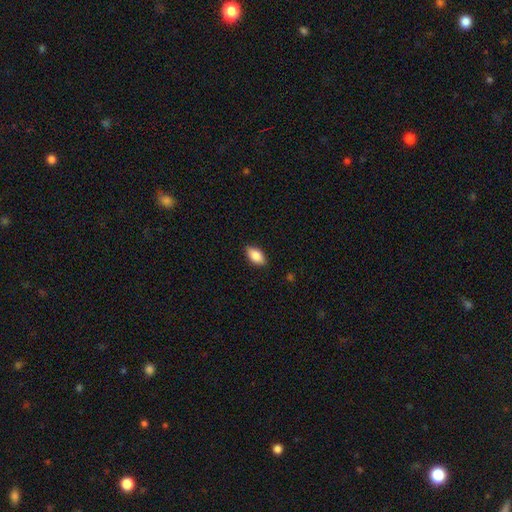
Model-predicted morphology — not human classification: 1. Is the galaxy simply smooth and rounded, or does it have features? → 85% smooth, 8% featured or disk, 7% star or artifact.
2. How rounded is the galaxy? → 91% in between, 5% cigar-shaped, 4% round.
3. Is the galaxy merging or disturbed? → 87% none, 10% minor disturbance, 2% major disturbance, 1% merger.